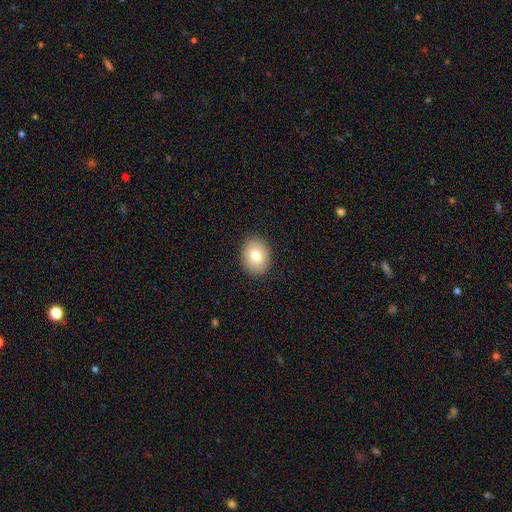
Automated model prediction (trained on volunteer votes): This appears to be a smooth galaxy with no disk features (78%) that is in between round and cigar-shaped (54%). Merging: none (90%).